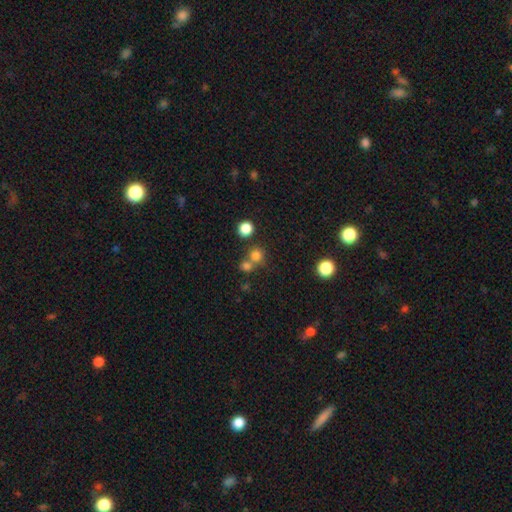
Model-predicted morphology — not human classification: A smooth galaxy with no disk features (76%) that is round (90%).

Vote fractions:
- Smooth or featured? smooth: 76% / star or artifact: 17% / featured or disk: 7%
- How rounded? round: 90% / in between: 9% / cigar-shaped: 1%
- Merging? none: 60% / merger: 31% / minor disturbance: 6% / major disturbance: 3%